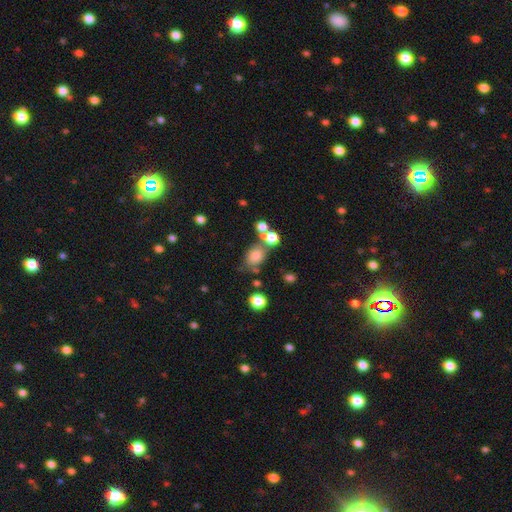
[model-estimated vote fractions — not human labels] Q: Smooth or featured?
A: smooth (76%); runner-up: star or artifact (14%)
Q: How rounded?
A: in between (61%); runner-up: round (38%)
Q: Merging?
A: none (56%); runner-up: merger (22%)